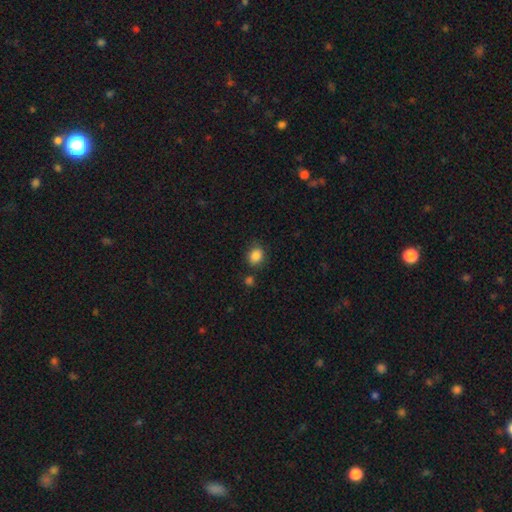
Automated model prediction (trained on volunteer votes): This is clearly a smooth galaxy (86%). How rounded: possibly round (53%). Merging: likely none (76%).